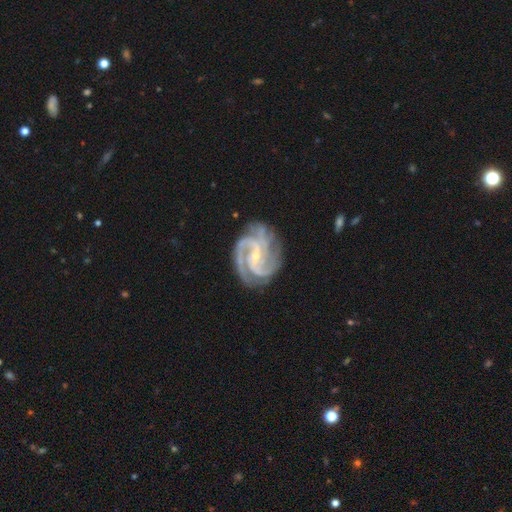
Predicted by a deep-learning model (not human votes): Q: Smooth or featured?
A: featured or disk (94%); runner-up: star or artifact (4%)
Q: Edge-on disk?
A: no (98%); runner-up: yes (2%)
Q: Bar?
A: weak (45%); runner-up: no (31%)
Q: Spiral arms?
A: yes (99%); runner-up: no (1%)
Q: Spiral winding?
A: medium (47%); runner-up: tight (45%)
Q: Spiral arm count?
A: 3 (41%); runner-up: 2 (28%)
Q: Bulge size?
A: small (74%); runner-up: moderate (23%)
Q: Merging?
A: none (74%); runner-up: minor disturbance (18%)